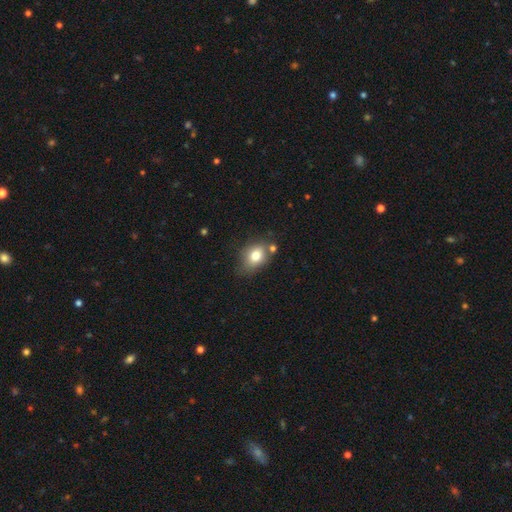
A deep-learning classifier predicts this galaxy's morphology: Smooth or featured? Predicted: smooth (p=0.77). How rounded? Predicted: in between (p=0.67). Merging? Predicted: none (p=0.63).